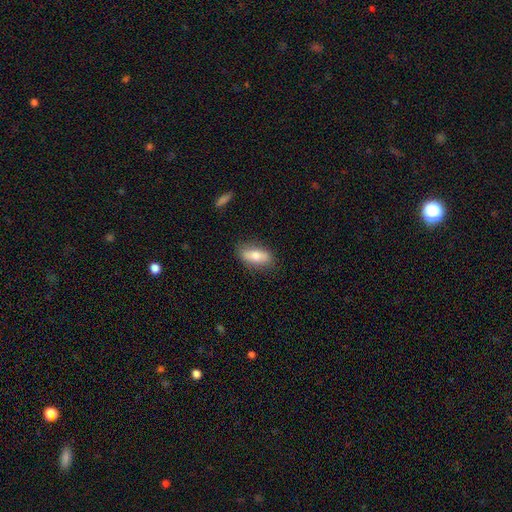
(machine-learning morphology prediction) Overall: smooth (72%). How rounded: in between (80%). Merging: none (82%).